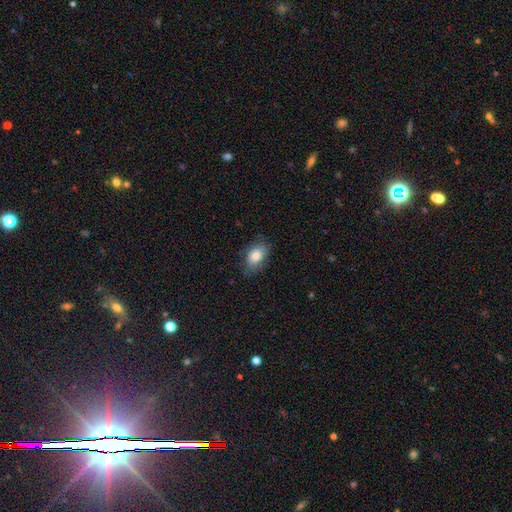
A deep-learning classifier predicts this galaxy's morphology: This is clearly a smooth galaxy (80%). How rounded: clearly in between (85%). Merging: likely none (71%).